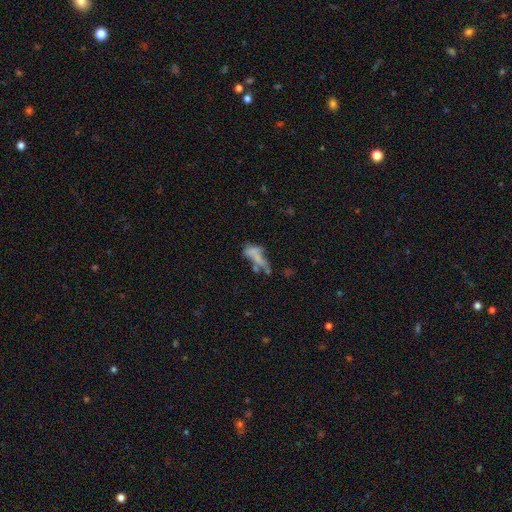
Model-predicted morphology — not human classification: smooth 51%, featured or disk 34%, star or artifact 16%. Down the decision tree: how rounded — in between (55%); merging — merger (29%).